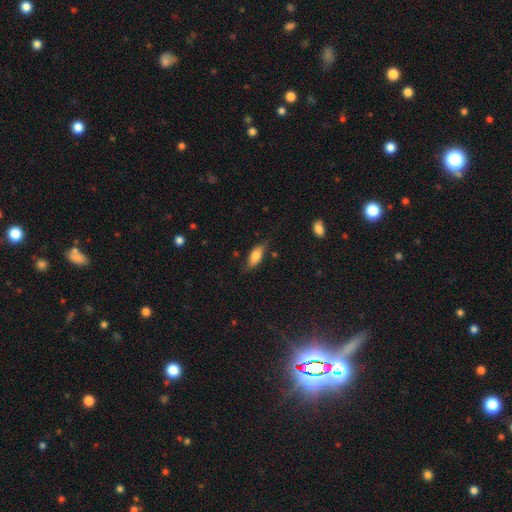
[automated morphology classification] type=smooth (74%); roundness=in between (76%); merging=none (70%).